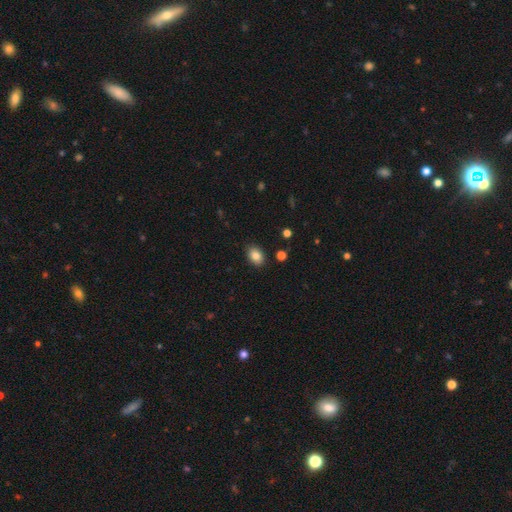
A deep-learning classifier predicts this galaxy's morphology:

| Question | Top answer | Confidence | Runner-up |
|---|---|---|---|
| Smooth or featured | smooth | 85% | star or artifact (9%) |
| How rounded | in between | 79% | round (20%) |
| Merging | none | 87% | minor disturbance (9%) |